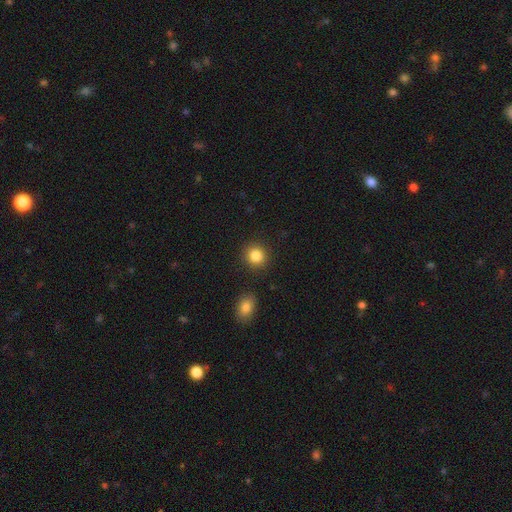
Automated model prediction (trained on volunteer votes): smooth 86%, star or artifact 9%, featured or disk 5%. Down the decision tree: how rounded — round (88%); merging — none (88%).